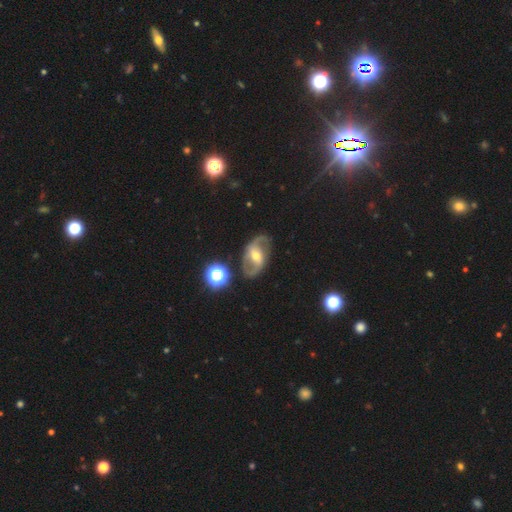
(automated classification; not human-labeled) Q: Smooth or featured?
A: featured or disk (80%); runner-up: smooth (13%)
Q: Edge-on disk?
A: no (96%); runner-up: yes (4%)
Q: Bar?
A: weak (42%); runner-up: strong (32%)
Q: Spiral arms?
A: yes (88%); runner-up: no (12%)
Q: Spiral winding?
A: medium (46%); runner-up: loose (39%)
Q: Spiral arm count?
A: 2 (89%); runner-up: can't tell (5%)
Q: Bulge size?
A: moderate (62%); runner-up: small (31%)
Q: Merging?
A: none (77%); runner-up: minor disturbance (14%)